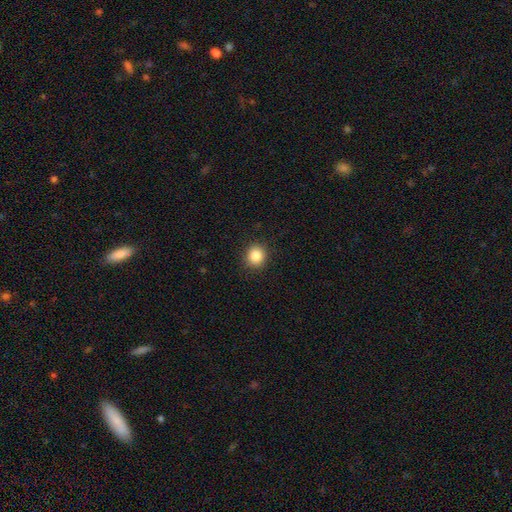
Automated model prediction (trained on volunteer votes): smooth-or-featured: smooth: 86% | star or artifact: 10% | featured or disk: 4%
  how-rounded: round: 88% | in between: 11% | cigar-shaped: 1%
  merging: none: 91% | minor disturbance: 6% | major disturbance: 2% | merger: 1%